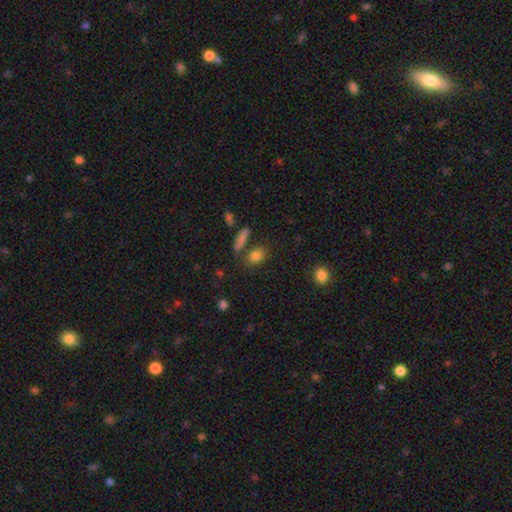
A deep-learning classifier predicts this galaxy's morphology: type=smooth (80%); roundness=in between (69%); merging=none (69%).